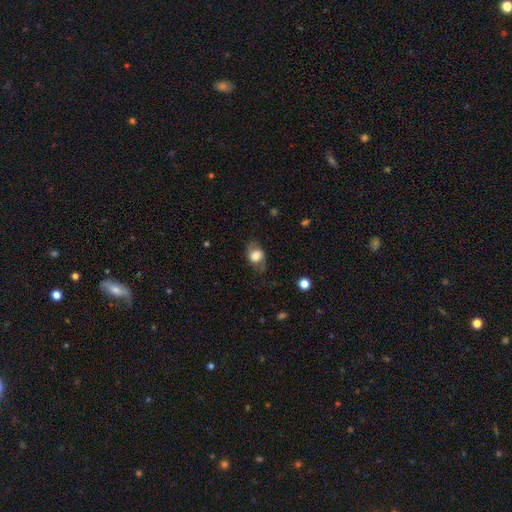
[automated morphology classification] A smooth galaxy with no disk features (51%) that is in between round and cigar-shaped (70%).

Vote fractions:
- Smooth or featured? smooth: 51% / featured or disk: 41% / star or artifact: 8%
- How rounded? in between: 70% / round: 28% / cigar-shaped: 2%
- Merging? none: 69% / minor disturbance: 19% / major disturbance: 10% / merger: 1%